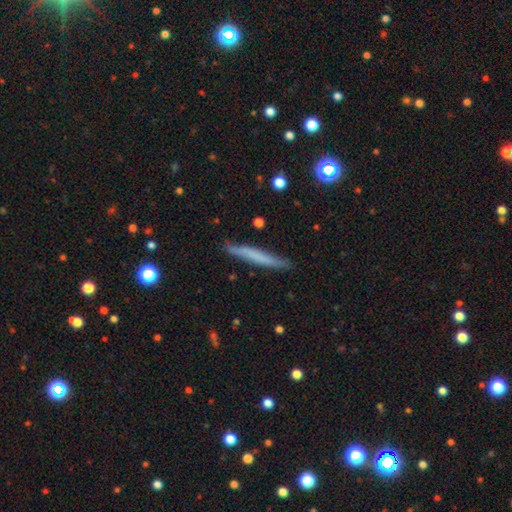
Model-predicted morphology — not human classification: smooth 59%, featured or disk 35%, star or artifact 7%. Down the decision tree: how rounded — cigar-shaped (96%); merging — none (87%).